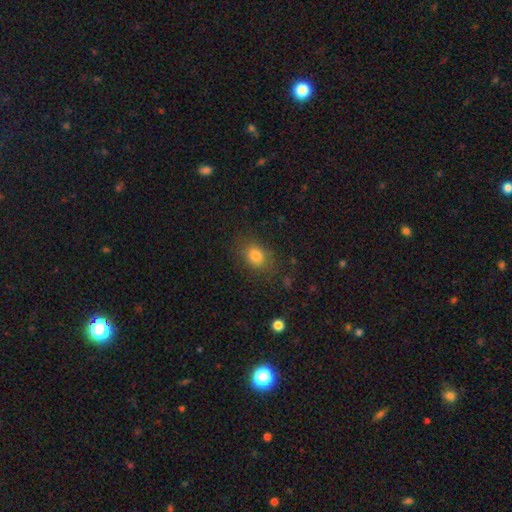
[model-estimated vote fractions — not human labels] Smooth or featured: smooth — 81% (star or artifact — 11%)
How rounded: in between — 54% (round — 45%)
Merging: none — 79% (minor disturbance — 14%)